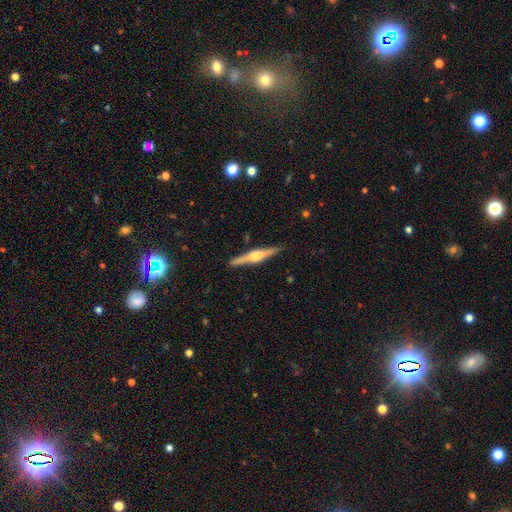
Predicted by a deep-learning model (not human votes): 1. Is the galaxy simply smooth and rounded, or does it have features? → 77% featured or disk, 18% smooth, 5% star or artifact.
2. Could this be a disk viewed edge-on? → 98% yes, 2% no.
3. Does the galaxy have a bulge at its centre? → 91% rounded, 7% boxy, 3% none.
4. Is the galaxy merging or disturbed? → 91% none, 7% minor disturbance, 1% major disturbance, 1% merger.